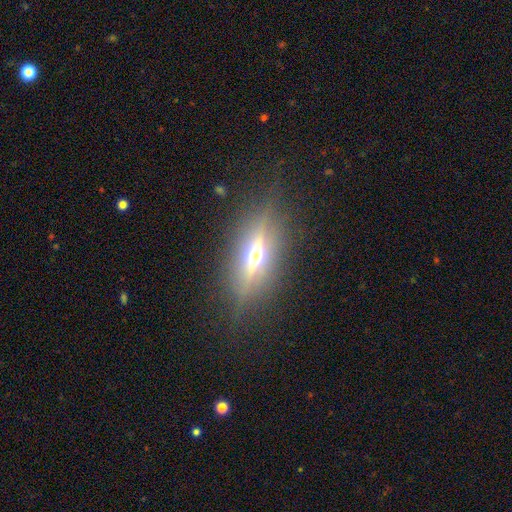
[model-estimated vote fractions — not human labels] smooth-or-featured: featured or disk: 56% | smooth: 31% | star or artifact: 12%
  disk-edge-on: yes: 82% | no: 18%
  merging: none: 80% | minor disturbance: 12% | major disturbance: 7% | merger: 1%